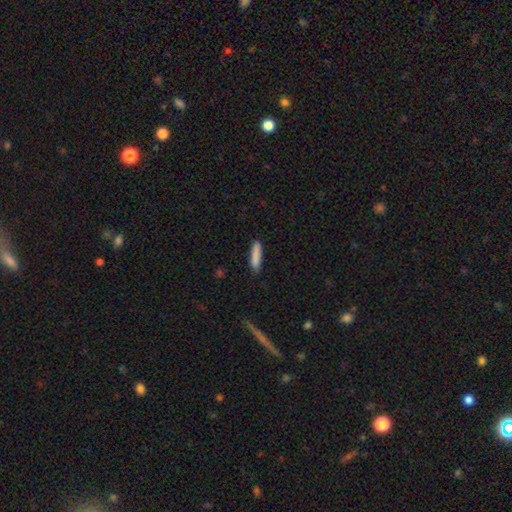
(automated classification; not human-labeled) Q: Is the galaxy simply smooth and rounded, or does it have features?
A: smooth — 86%.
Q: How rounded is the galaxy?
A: cigar-shaped — 80%.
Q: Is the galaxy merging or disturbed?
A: none — 83%.